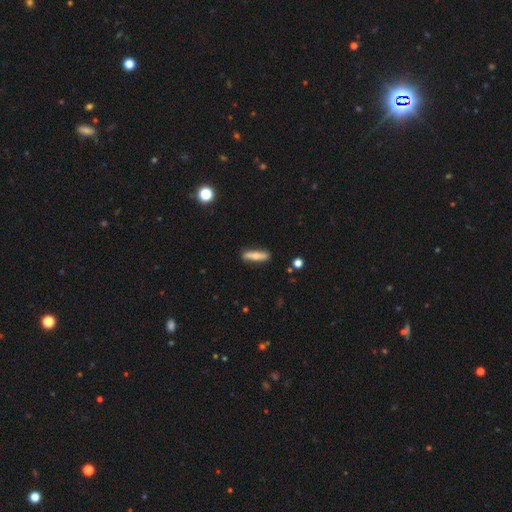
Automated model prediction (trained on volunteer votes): A smooth galaxy with no disk features (68%) that is cigar-shaped (80%). Merging: none (85%).